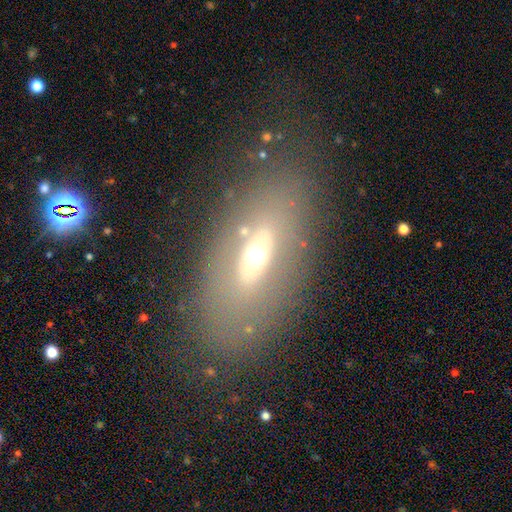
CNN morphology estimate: Overall: featured or disk (47%; smooth 40%). Merging: none (77%).